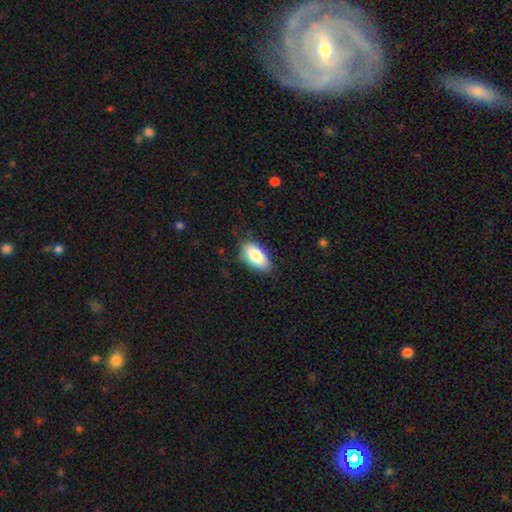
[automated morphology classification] Smooth or featured?
  - smooth: 84% *
  - featured or disk: 10%
  - star or artifact: 6%
How rounded?
  - in between: 92% *
  - cigar-shaped: 5%
  - round: 3%
Merging?
  - none: 79% *
  - minor disturbance: 16%
  - major disturbance: 4%
  - merger: 1%